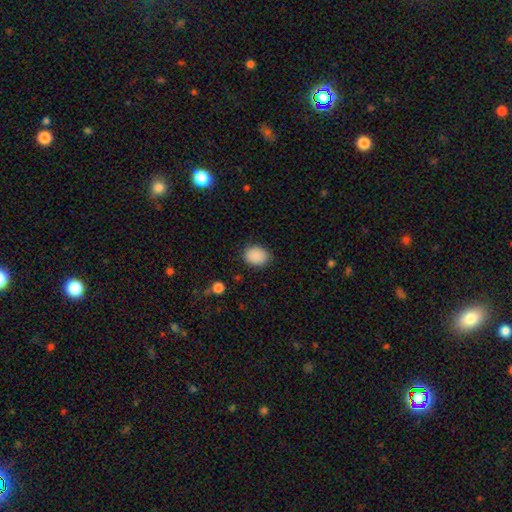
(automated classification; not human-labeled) Smooth or featured: smooth — 89% (star or artifact — 8%)
How rounded: in between — 56% (round — 43%)
Merging: none — 84% (minor disturbance — 12%)